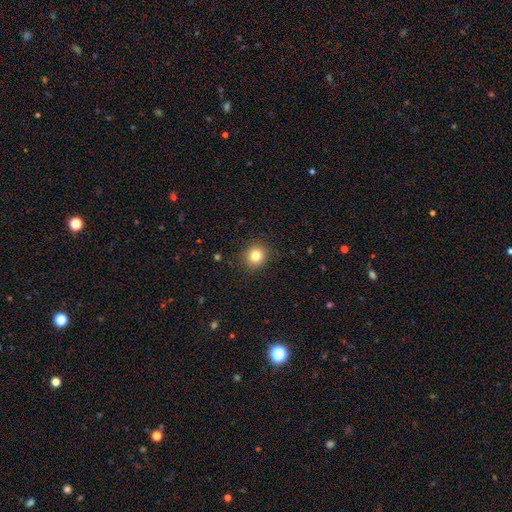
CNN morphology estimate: This is clearly a smooth galaxy (82%). How rounded: clearly round (85%). Merging: clearly none (90%).